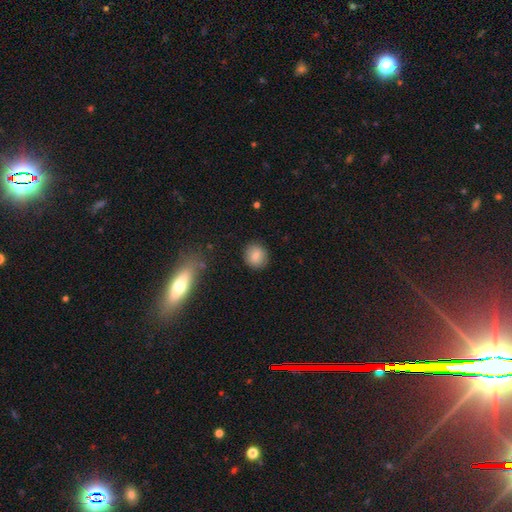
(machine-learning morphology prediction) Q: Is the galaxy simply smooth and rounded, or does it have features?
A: smooth — 83%.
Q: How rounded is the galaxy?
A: round — 84%.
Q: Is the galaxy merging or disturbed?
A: none — 89%.